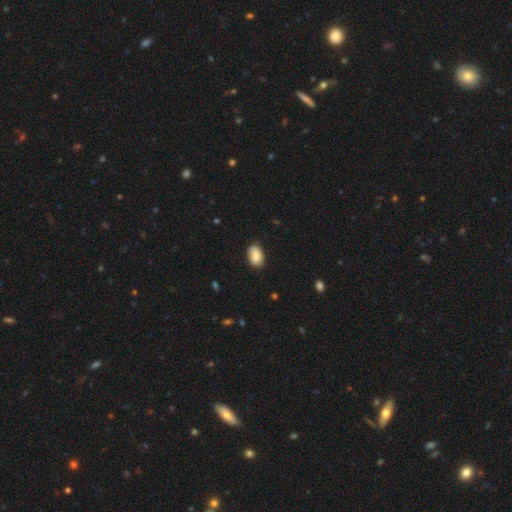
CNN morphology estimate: type=smooth (86%); roundness=in between (90%); merging=none (78%).